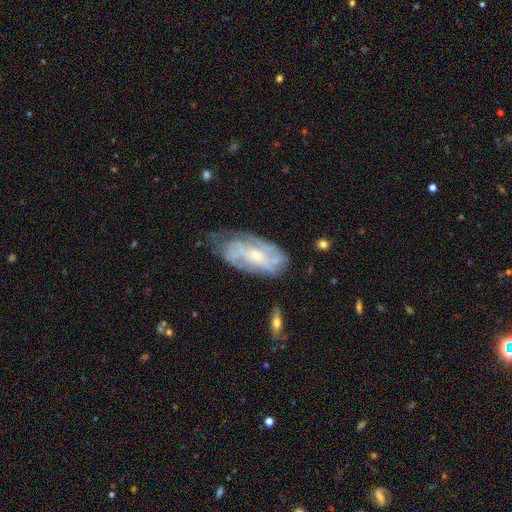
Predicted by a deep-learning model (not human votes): This appears to be a featured or disk galaxy (77%) with no bar (63%), tight (48%) spiral arms (89%) and a small central bulge (58%). Merging: none (59%).